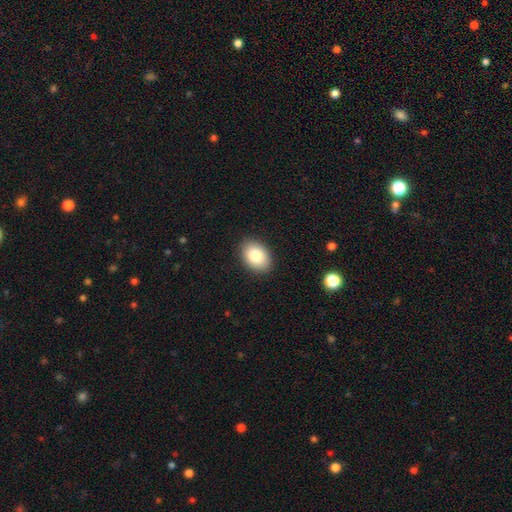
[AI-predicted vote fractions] A smooth galaxy with no disk features (84%) that is in between round and cigar-shaped (82%). Merging: none (89%).